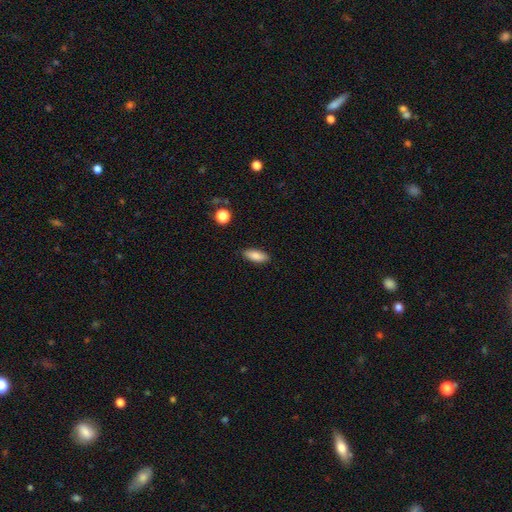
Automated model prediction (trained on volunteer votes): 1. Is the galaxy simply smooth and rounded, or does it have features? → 85% smooth, 7% star or artifact, 7% featured or disk.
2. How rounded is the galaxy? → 79% in between, 19% cigar-shaped, 2% round.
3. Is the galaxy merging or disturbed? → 88% none, 9% minor disturbance, 2% major disturbance, 1% merger.